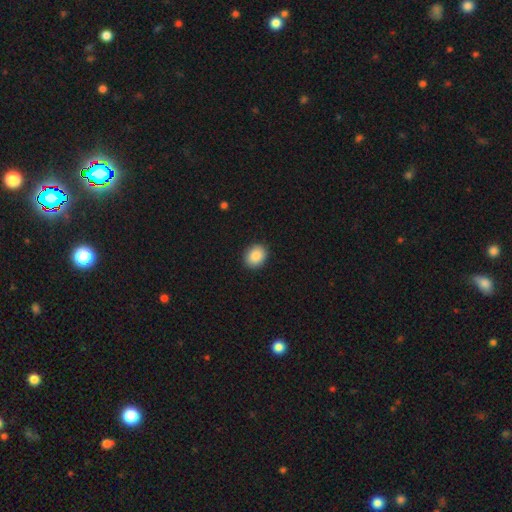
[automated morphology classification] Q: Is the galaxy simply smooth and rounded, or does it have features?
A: smooth — 89%.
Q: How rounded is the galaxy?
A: in between — 51%.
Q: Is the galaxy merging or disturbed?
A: none — 91%.